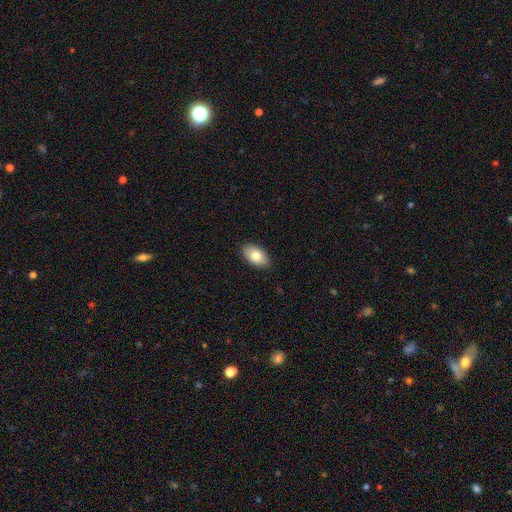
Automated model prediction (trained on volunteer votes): A smooth galaxy with no disk features (81%) that is in between round and cigar-shaped (94%). Merging: none (89%).